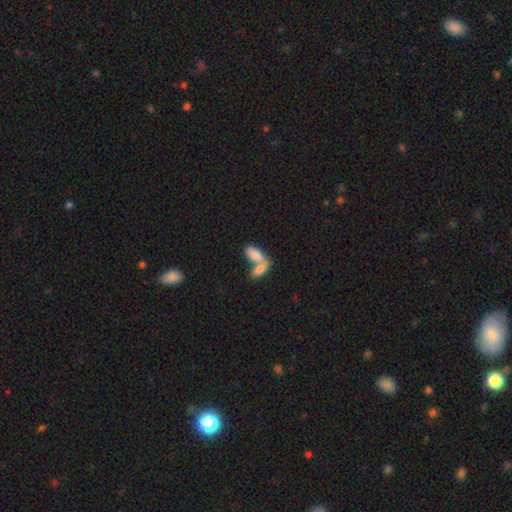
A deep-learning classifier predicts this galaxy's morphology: Q: Smooth or featured?
A: smooth (82%); runner-up: featured or disk (12%)
Q: How rounded?
A: in between (86%); runner-up: cigar-shaped (11%)
Q: Merging?
A: merger (68%); runner-up: none (23%)